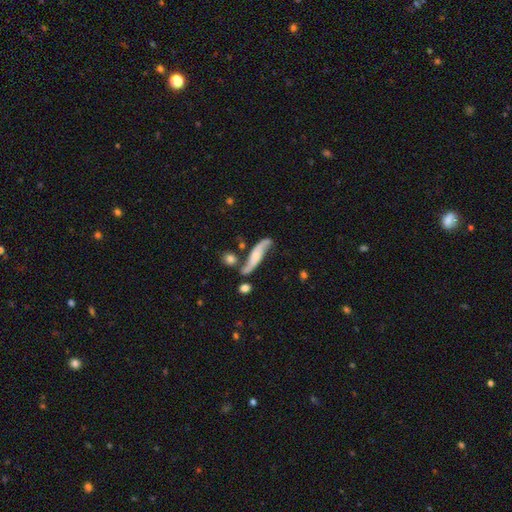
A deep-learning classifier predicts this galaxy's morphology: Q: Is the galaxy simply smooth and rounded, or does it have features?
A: featured or disk — 72%.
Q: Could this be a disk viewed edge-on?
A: no — 76%.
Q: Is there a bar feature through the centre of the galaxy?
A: no — 60%.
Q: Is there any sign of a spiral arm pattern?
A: yes — 92%.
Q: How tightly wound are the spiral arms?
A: loose — 76%.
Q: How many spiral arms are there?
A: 2 — 91%.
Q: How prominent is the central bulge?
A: small — 44%.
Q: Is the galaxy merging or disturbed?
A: none — 57%.